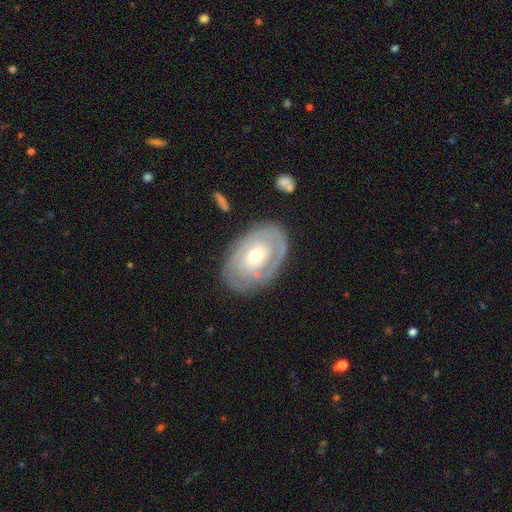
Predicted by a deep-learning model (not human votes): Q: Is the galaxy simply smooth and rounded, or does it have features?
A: featured or disk — 74%.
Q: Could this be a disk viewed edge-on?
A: no — 95%.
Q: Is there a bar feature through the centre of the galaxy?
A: no — 79%.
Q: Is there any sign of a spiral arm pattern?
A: yes — 73%.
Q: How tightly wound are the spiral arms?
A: tight — 76%.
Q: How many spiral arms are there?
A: can't tell — 47%.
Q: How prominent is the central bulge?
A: moderate — 54%.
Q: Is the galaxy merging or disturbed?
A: none — 79%.